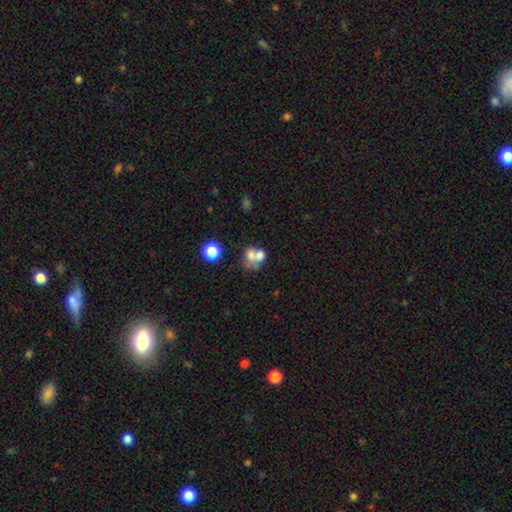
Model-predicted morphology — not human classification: Smooth or featured?
  - smooth: 63% *
  - featured or disk: 24%
  - star or artifact: 13%
How rounded?
  - round: 58% *
  - in between: 41%
  - cigar-shaped: 1%
Merging?
  - merger: 63% *
  - none: 22%
  - minor disturbance: 8%
  - major disturbance: 7%